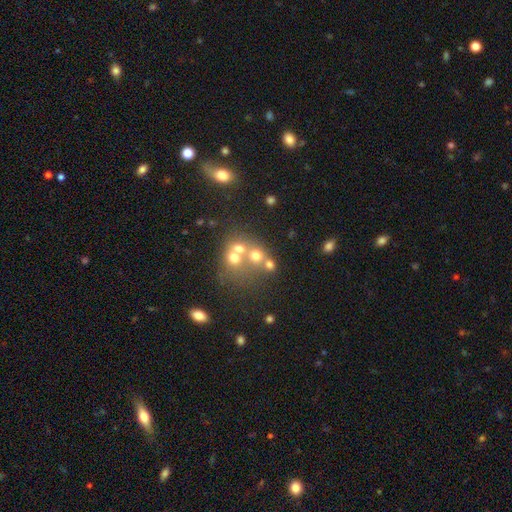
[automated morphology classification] smooth-or-featured: smooth: 55% | featured or disk: 24% | star or artifact: 20%
  how-rounded: round: 76% | in between: 22% | cigar-shaped: 1%
  merging: merger: 48% | none: 39% | minor disturbance: 8% | major disturbance: 6%